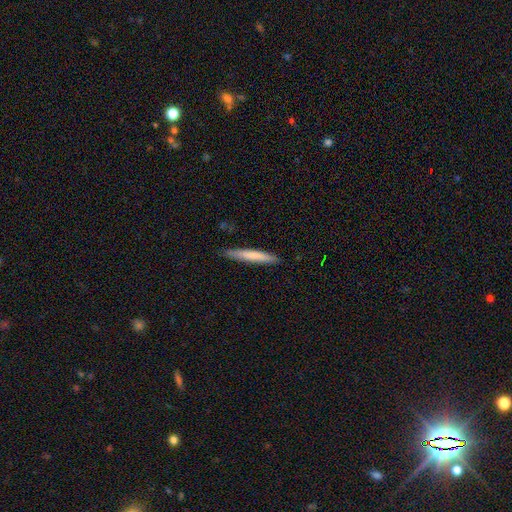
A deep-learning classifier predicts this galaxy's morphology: A smooth galaxy with no disk features (71%) that is cigar-shaped (96%). Merging: none (89%).